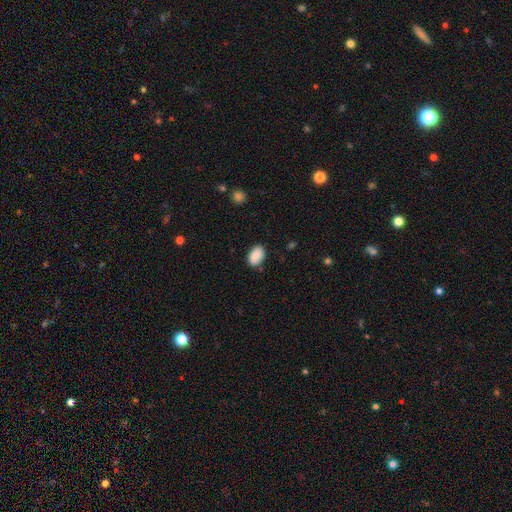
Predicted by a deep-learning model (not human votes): Q: Smooth or featured?
A: smooth (89%); runner-up: star or artifact (7%)
Q: How rounded?
A: in between (89%); runner-up: round (10%)
Q: Merging?
A: none (83%); runner-up: minor disturbance (13%)